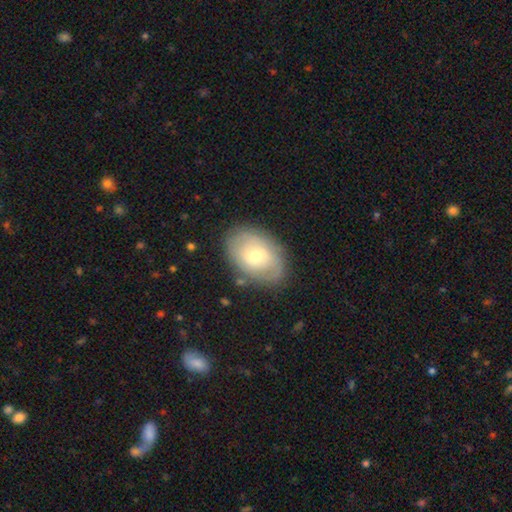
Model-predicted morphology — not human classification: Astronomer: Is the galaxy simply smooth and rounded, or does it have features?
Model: featured or disk — 51% (runner-up: smooth, 42%).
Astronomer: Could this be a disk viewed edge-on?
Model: no — 94%.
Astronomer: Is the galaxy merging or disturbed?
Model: none — 78%.